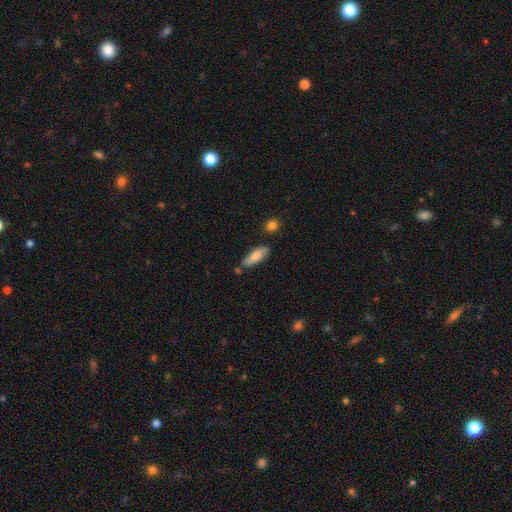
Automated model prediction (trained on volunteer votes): Morphology: type=smooth (74%); roundness=in between (56%); merging=none (72%).